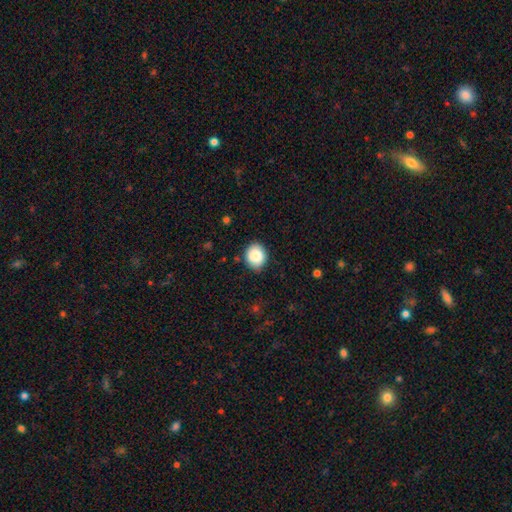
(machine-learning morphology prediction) This appears to be a smooth galaxy with no disk features (86%) that is round (71%). Merging: none (84%).